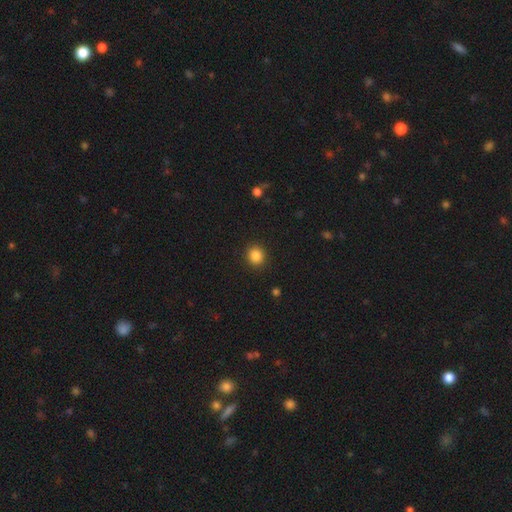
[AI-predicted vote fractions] smooth_or_featured: smooth (p=0.85) [alt: star or artifact p=0.11]
how_rounded: round (p=0.87) [alt: in between p=0.12]
merging: none (p=0.91) [alt: minor disturbance p=0.06]